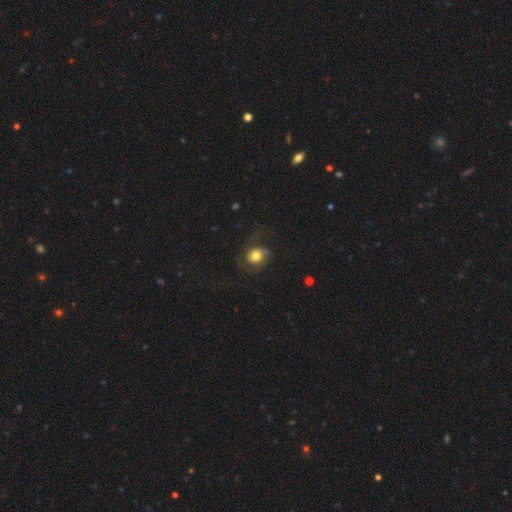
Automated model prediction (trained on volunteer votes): Overall: smooth (59%; featured or disk 31%). How rounded: round (67%; in between 31%). Merging: none (58%; minor disturbance 21%).